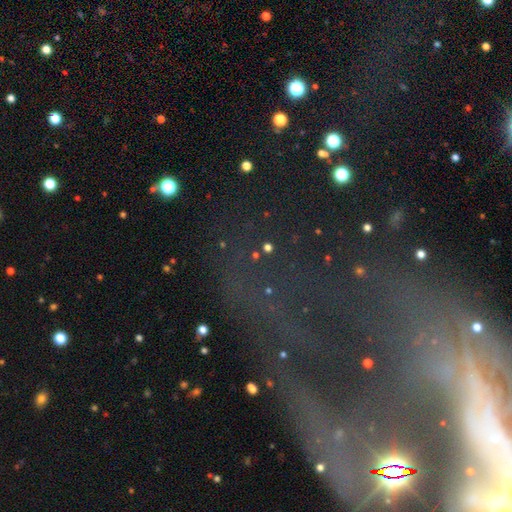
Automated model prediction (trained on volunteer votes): Morphology: type=star or artifact (69%).